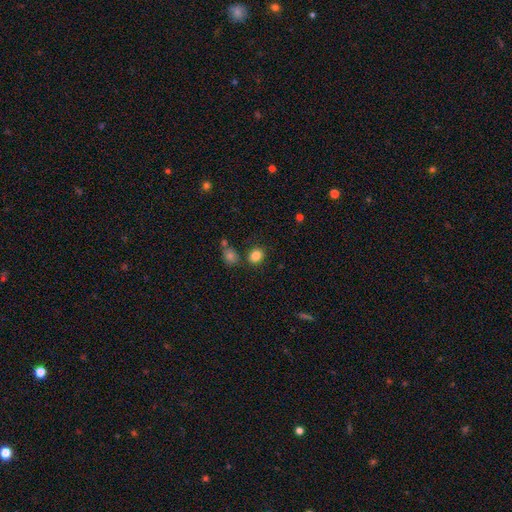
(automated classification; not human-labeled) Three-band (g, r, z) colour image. It shows a smooth galaxy with no disk features (85%) that is round (55%). Merging: none (77%).